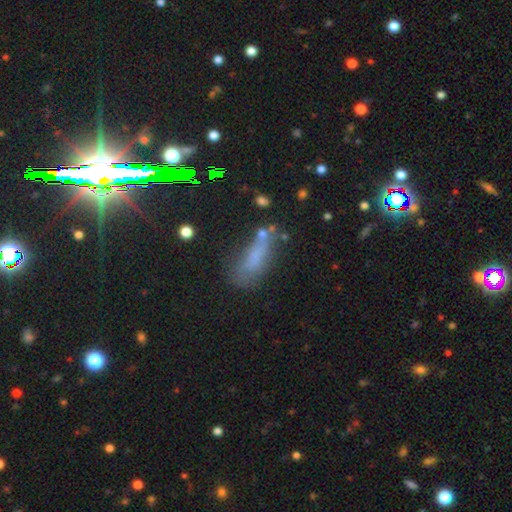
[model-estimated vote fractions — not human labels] Q: Smooth or featured?
A: smooth (59%); runner-up: star or artifact (22%)
Q: How rounded?
A: in between (53%); runner-up: cigar-shaped (43%)
Q: Merging?
A: none (45%); runner-up: minor disturbance (26%)